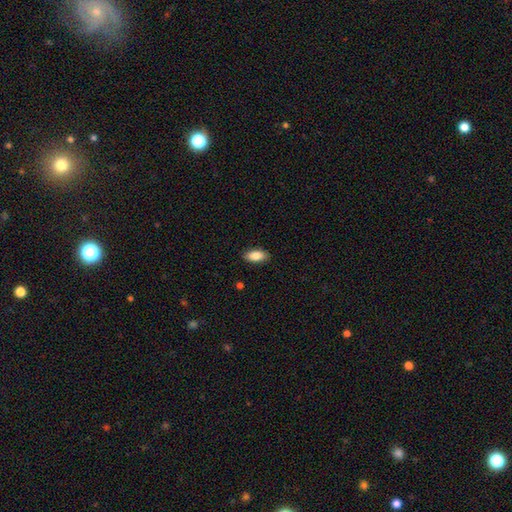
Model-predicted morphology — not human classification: Smooth or featured? Predicted: smooth (p=0.87). How rounded? Predicted: in between (p=0.90). Merging? Predicted: none (p=0.88).